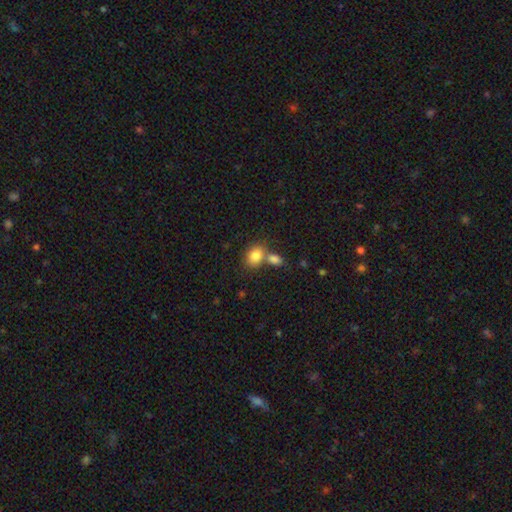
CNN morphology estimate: The model was most divided on "merging": none: 48%, merger: 39%, minor disturbance: 10%, major disturbance: 3%. More confident: smooth or featured — smooth (83%); how rounded — in between (60%).